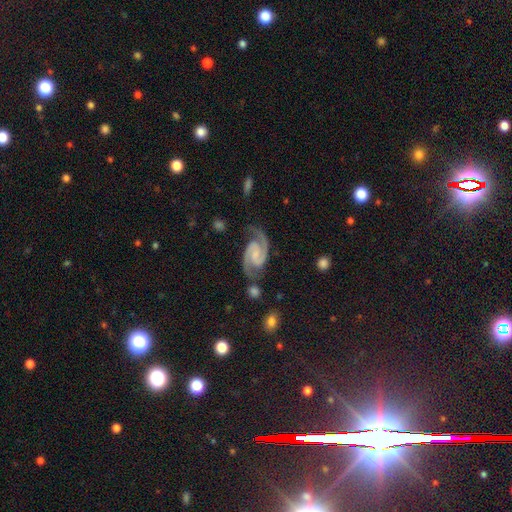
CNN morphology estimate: featured or disk 93%, star or artifact 4%, smooth 3%. Down the decision tree: edge-on disk — no (98%); bar — weak (43%); spiral arms — yes (99%); spiral arm count — 2 (95%); spiral winding — medium (58%); bulge size — small (42%); merging — none (77%).